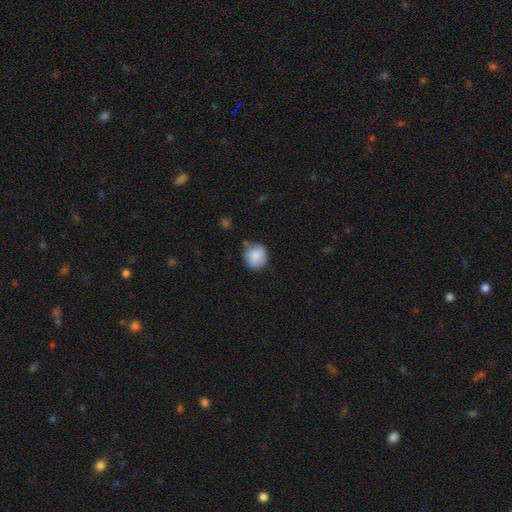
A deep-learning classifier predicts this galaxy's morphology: Q: Smooth or featured?
A: smooth (85%); runner-up: featured or disk (8%)
Q: How rounded?
A: round (87%); runner-up: in between (12%)
Q: Merging?
A: none (70%); runner-up: minor disturbance (23%)